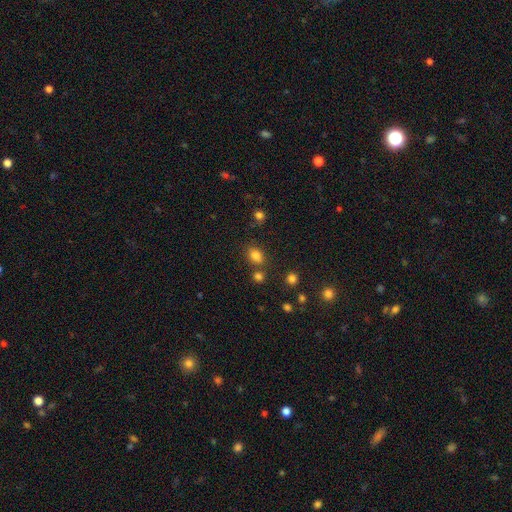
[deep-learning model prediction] This is clearly a smooth galaxy (80%). How rounded: likely in between (65%). Merging: likely none (69%).